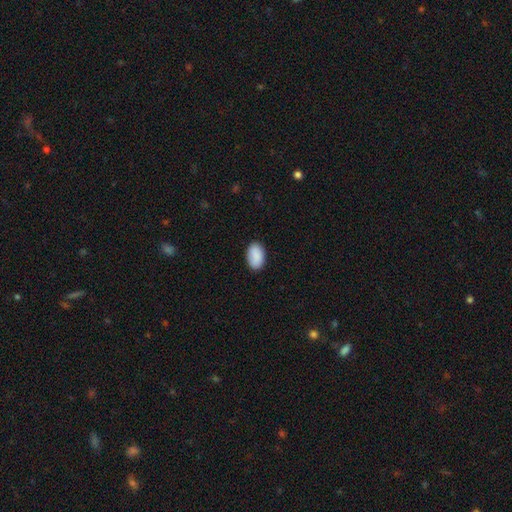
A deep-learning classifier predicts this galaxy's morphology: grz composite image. It shows a smooth galaxy with no disk features (90%) that is in between round and cigar-shaped (92%). Merging: none (86%).